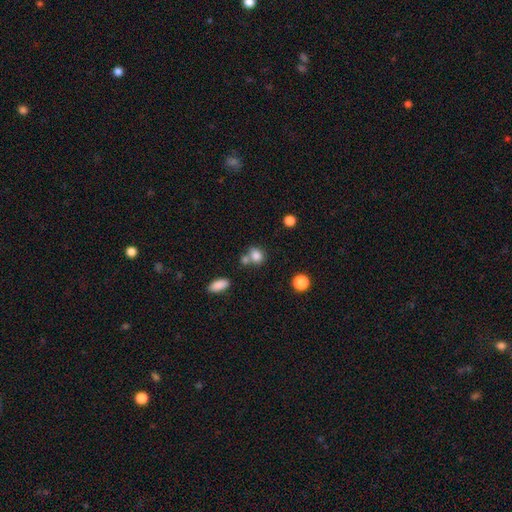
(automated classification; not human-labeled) Overall: smooth (81%). How rounded: round (55%; in between 44%). Merging: none (50%; merger 33%).